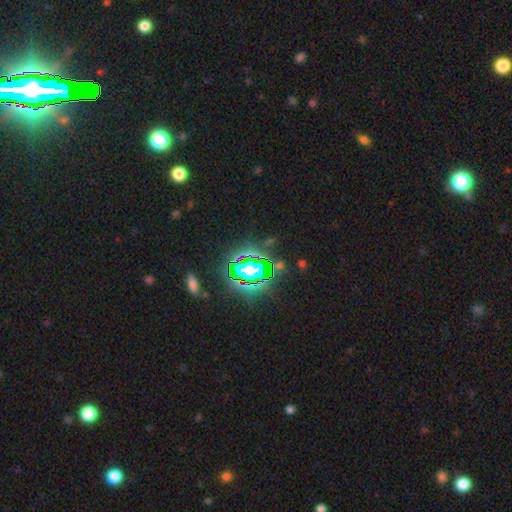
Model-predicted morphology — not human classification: A star or artifact, not a galaxy (77%).